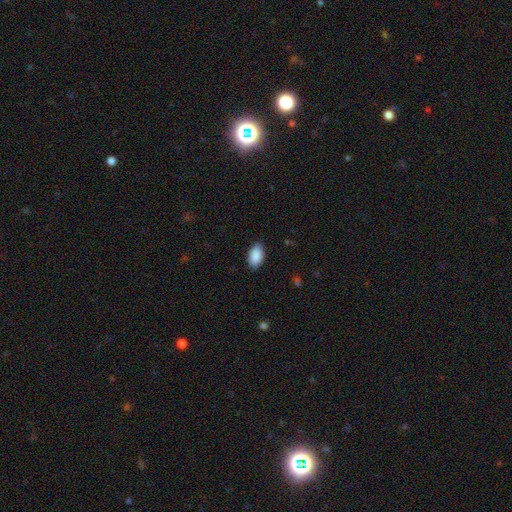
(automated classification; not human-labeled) smooth_or_featured: smooth (p=0.90) [alt: star or artifact p=0.06]
how_rounded: in between (p=0.93) [alt: round p=0.05]
merging: none (p=0.85) [alt: minor disturbance p=0.12]